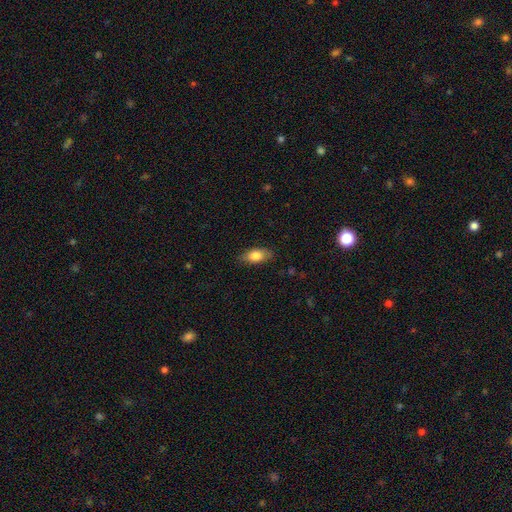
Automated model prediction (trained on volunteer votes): Q: Smooth or featured?
A: smooth (80%); runner-up: featured or disk (13%)
Q: How rounded?
A: in between (87%); runner-up: cigar-shaped (9%)
Q: Merging?
A: none (81%); runner-up: minor disturbance (15%)